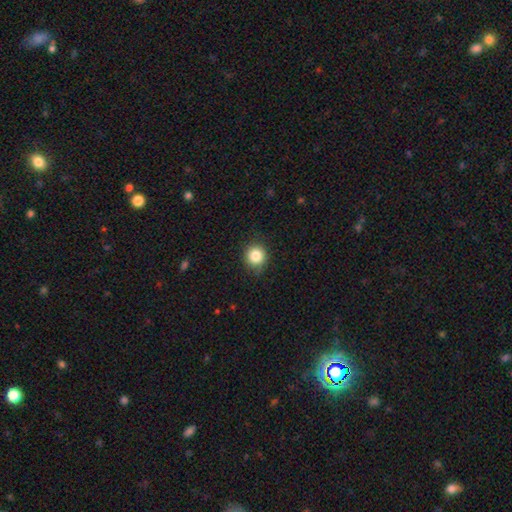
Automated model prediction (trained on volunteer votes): This appears to be a smooth galaxy with no disk features (85%) that is round (90%). Merging: none (83%).